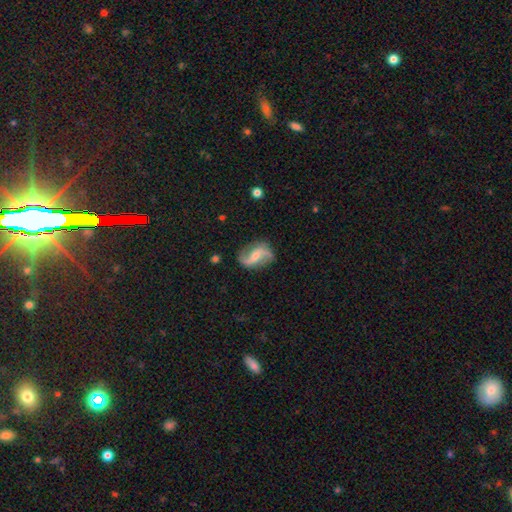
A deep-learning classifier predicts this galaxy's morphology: featured or disk 83%, smooth 11%, star or artifact 6%. Down the decision tree: edge-on disk — no (97%); bar — weak (39%); spiral arms — yes (95%); spiral arm count — 2 (92%); spiral winding — loose (75%); bulge size — small (55%); merging — none (77%).